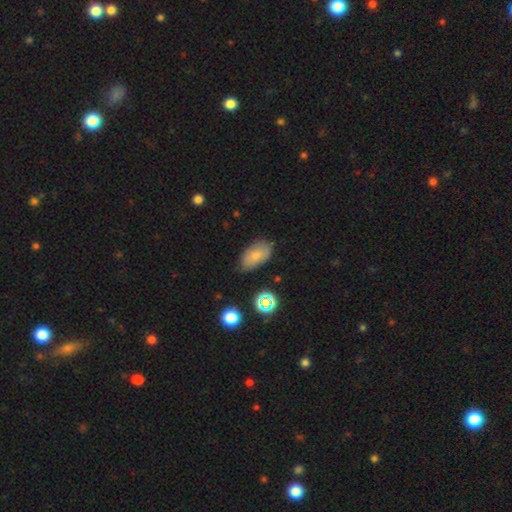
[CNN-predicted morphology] Smooth or featured? smooth (72%)
How rounded? in between (93%)
Merging? none (69%)